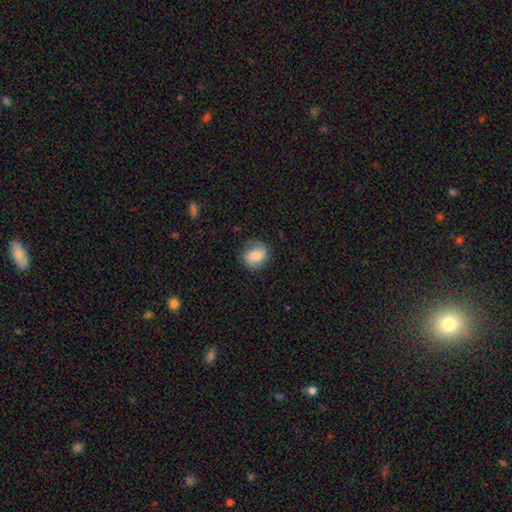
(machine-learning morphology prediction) The model was most divided on "smooth or featured": smooth: 51%, featured or disk: 41%, star or artifact: 8%. More confident: merging — none (75%); how rounded — round (69%).